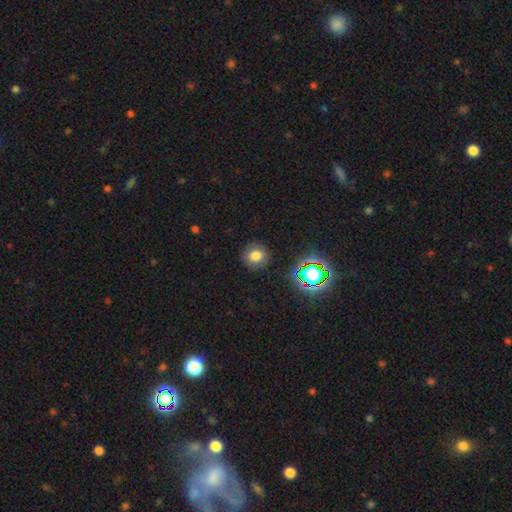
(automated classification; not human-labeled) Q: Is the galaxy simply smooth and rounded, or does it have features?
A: smooth — 74%.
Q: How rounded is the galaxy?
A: round — 86%.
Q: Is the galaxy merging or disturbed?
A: none — 84%.